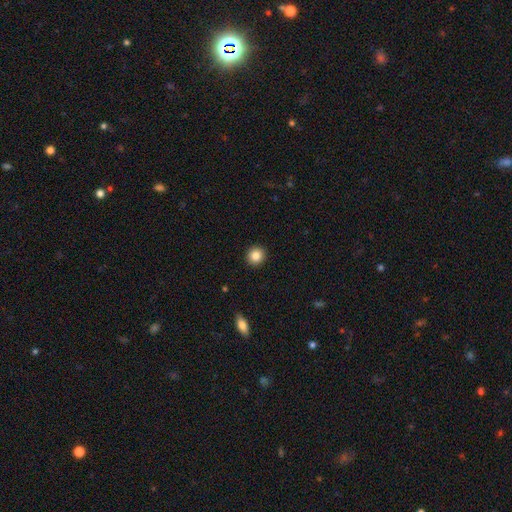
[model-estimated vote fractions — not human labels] Q: Smooth or featured?
A: smooth (85%); runner-up: star or artifact (9%)
Q: How rounded?
A: round (91%); runner-up: in between (8%)
Q: Merging?
A: none (93%); runner-up: minor disturbance (5%)